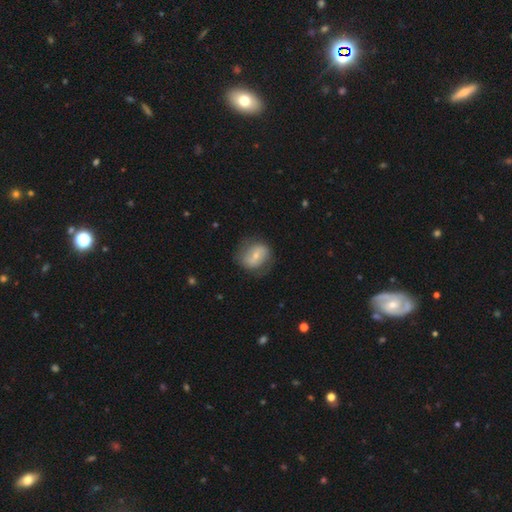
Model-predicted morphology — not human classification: Smooth or featured? Predicted: featured or disk (p=0.51). Edge-on disk? Predicted: no (p=0.96). Merging? Predicted: none (p=0.68).